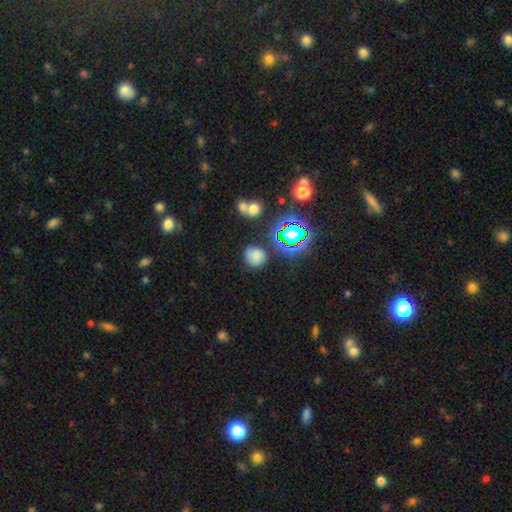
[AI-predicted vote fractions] This appears to be a smooth galaxy with no disk features (71%) that is round (80%). Merging: none (72%).